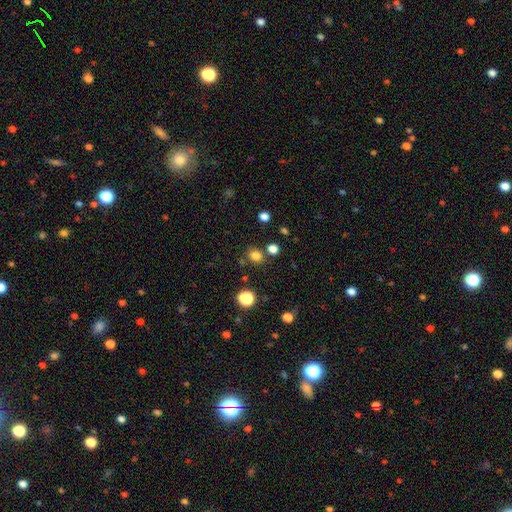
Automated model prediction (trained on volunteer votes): Q: Smooth or featured?
A: smooth (79%); runner-up: star or artifact (16%)
Q: How rounded?
A: round (72%); runner-up: in between (27%)
Q: Merging?
A: none (79%); runner-up: minor disturbance (9%)